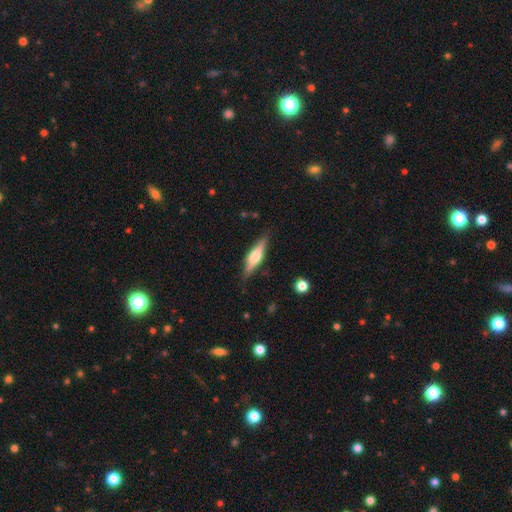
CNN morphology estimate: The model was most divided on "smooth or featured": featured or disk: 53%, smooth: 41%, star or artifact: 6%. More confident: edge-on disk — yes (94%); merging — none (84%).